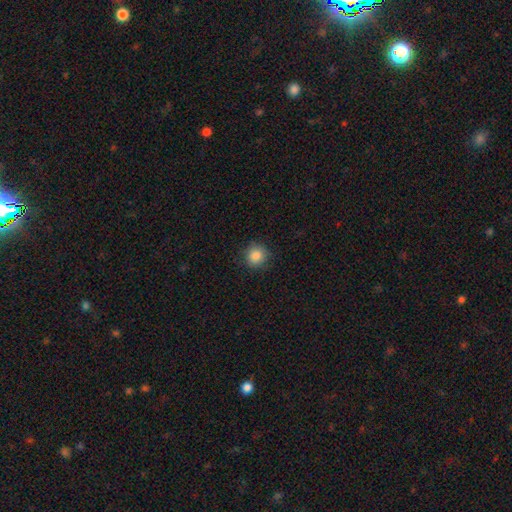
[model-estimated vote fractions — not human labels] Smooth or featured? smooth (85%)
How rounded? round (90%)
Merging? none (87%)